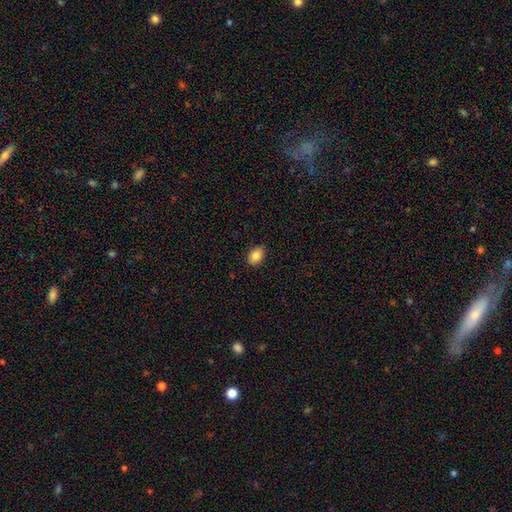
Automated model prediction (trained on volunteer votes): Q: Smooth or featured?
A: smooth (85%); runner-up: star or artifact (8%)
Q: How rounded?
A: in between (78%); runner-up: round (21%)
Q: Merging?
A: none (86%); runner-up: minor disturbance (11%)